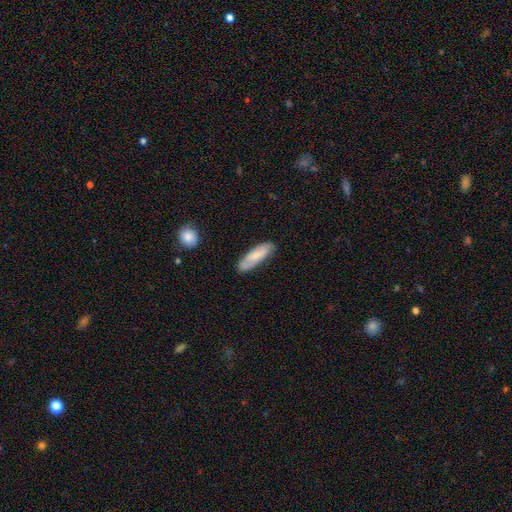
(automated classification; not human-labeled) The model was most divided on "how rounded": cigar-shaped: 53%, in between: 45%, round: 2%. More confident: merging — none (78%); smooth or featured — smooth (67%).